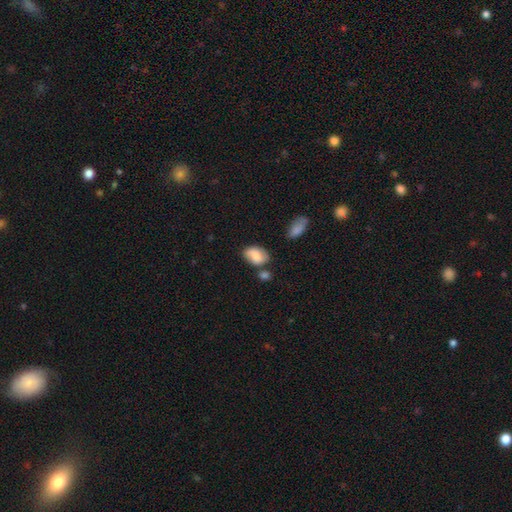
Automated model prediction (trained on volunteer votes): Morphology: type=smooth (69%); roundness=in between (86%); merging=none (64%).